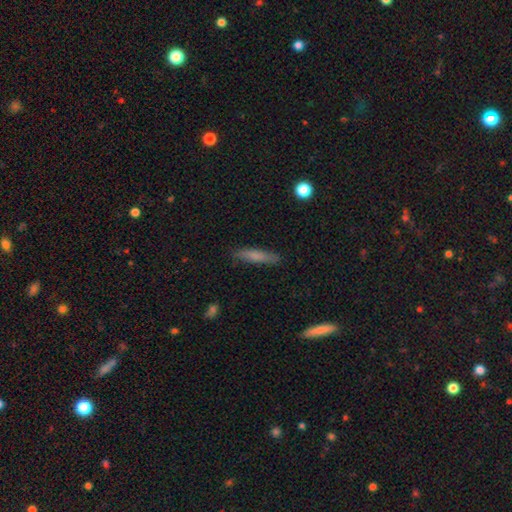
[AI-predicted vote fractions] Overall: smooth (70%). How rounded: cigar-shaped (85%). Merging: none (85%).